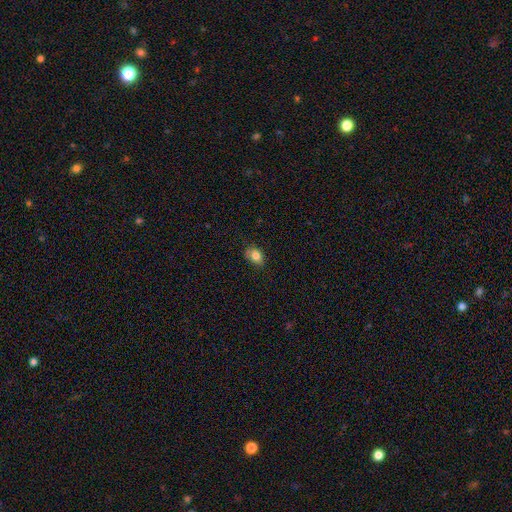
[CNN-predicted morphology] smooth_or_featured: smooth (p=0.83) [alt: star or artifact p=0.09]
how_rounded: in between (p=0.77) [alt: round p=0.21]
merging: none (p=0.69) [alt: minor disturbance p=0.25]